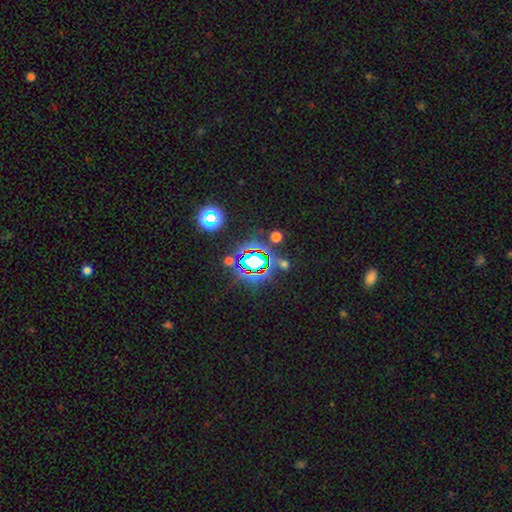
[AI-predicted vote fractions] Morphology: type=star or artifact (72%).